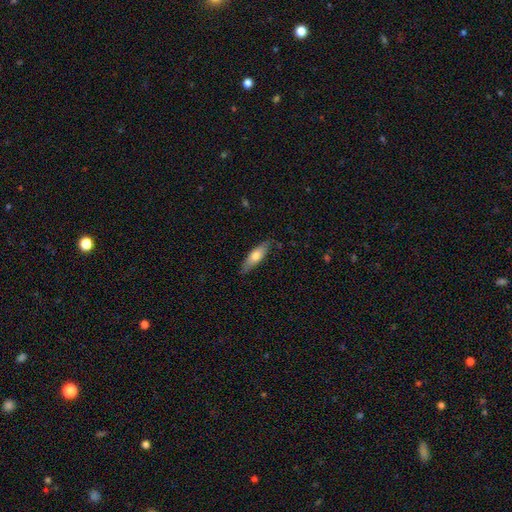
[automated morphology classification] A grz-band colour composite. It shows a smooth galaxy with no disk features (65%) that is cigar-shaped (52%). Merging: none (81%).